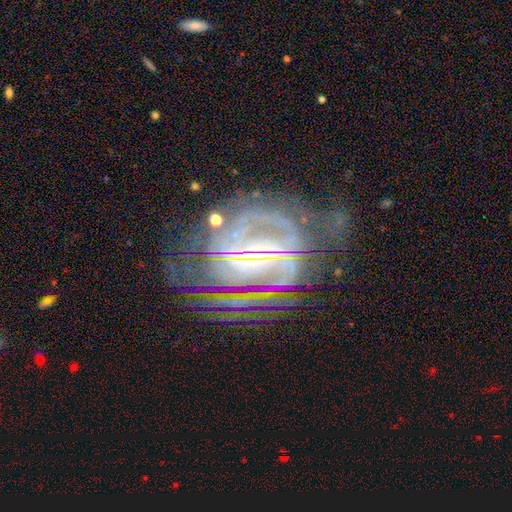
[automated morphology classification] Smooth or featured? Predicted: featured or disk (p=0.81). Edge-on disk? Predicted: no (p=0.96). Bar? Predicted: no (p=0.43). Spiral arms? Predicted: yes (p=0.85). Spiral winding? Predicted: tight (p=0.60). Spiral arm count? Predicted: can't tell (p=0.40). Bulge size? Predicted: small (p=0.75). Merging? Predicted: none (p=0.50).